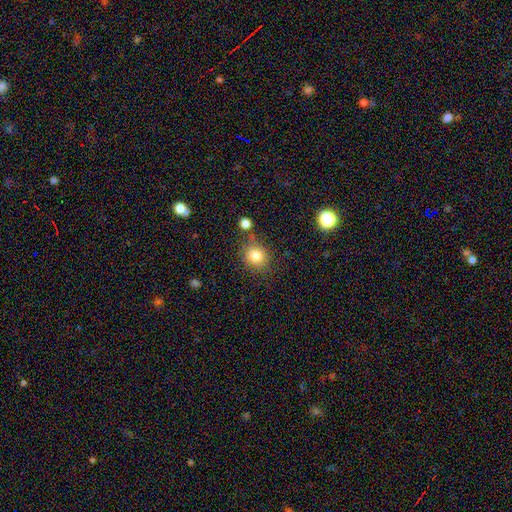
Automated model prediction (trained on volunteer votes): This is clearly a smooth galaxy (82%). How rounded: likely round (77%). Merging: likely none (77%).